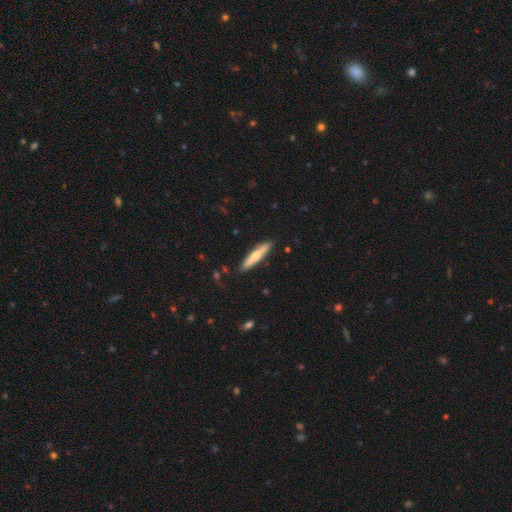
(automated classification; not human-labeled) Overall: smooth (51%; featured or disk 44%). How rounded: cigar-shaped (90%). Merging: none (88%).